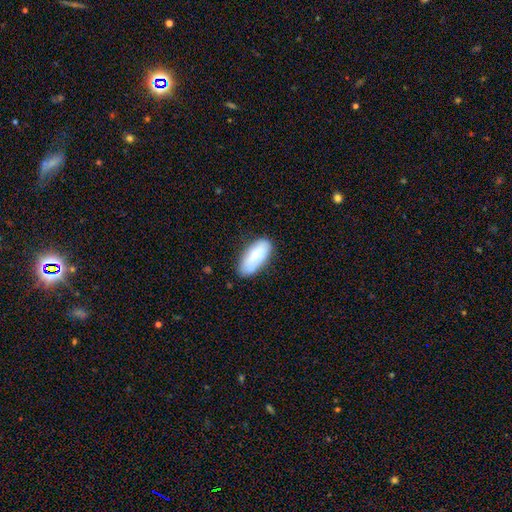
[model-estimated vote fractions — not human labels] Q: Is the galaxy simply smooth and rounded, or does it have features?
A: smooth — 81%.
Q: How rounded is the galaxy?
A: in between — 86%.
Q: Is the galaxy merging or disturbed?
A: none — 73%.